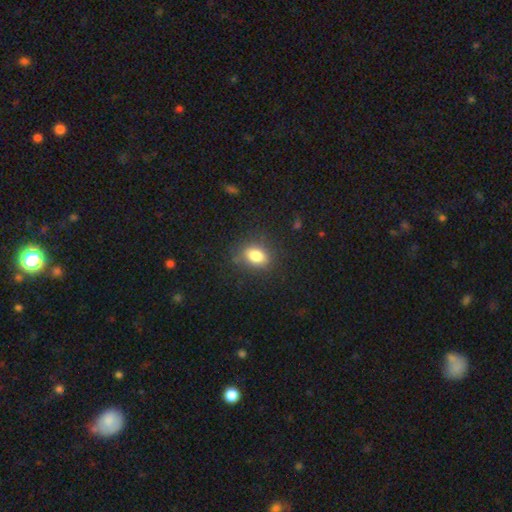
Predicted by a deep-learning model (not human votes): Morphology: type=smooth (82%); roundness=in between (75%); merging=none (79%).